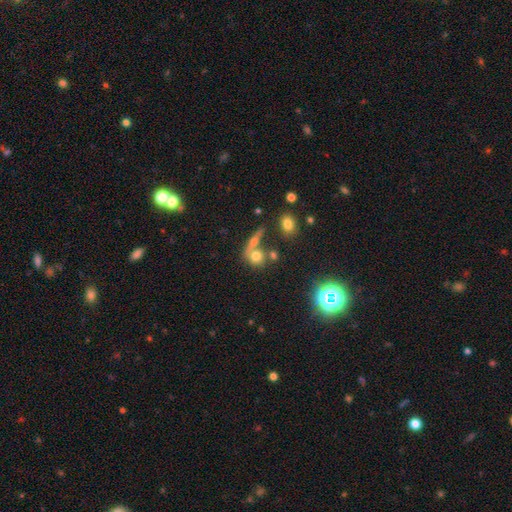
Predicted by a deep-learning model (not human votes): This appears to be a smooth galaxy with no disk features (68%) that is round (71%). Merging: none (45%).